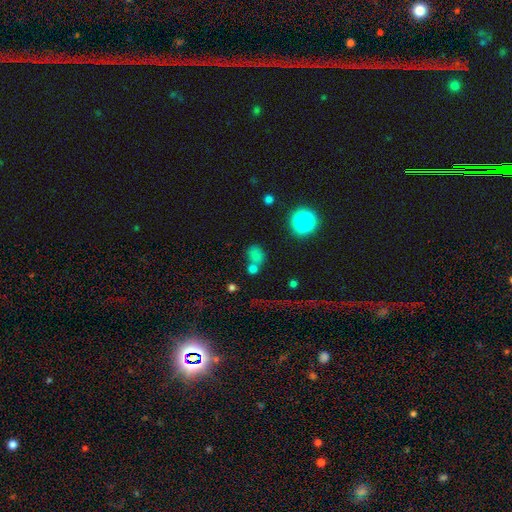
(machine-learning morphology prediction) This is likely a smooth galaxy (68%). How rounded: possibly round (49%, tied with in between). Merging: possibly none (49%).